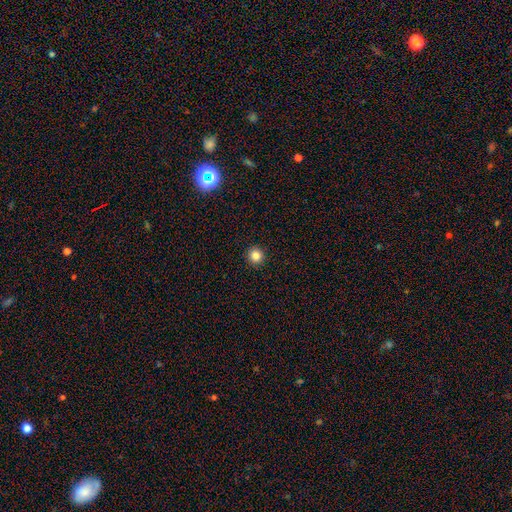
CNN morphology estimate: type=smooth (84%); roundness=round (95%); merging=none (93%).